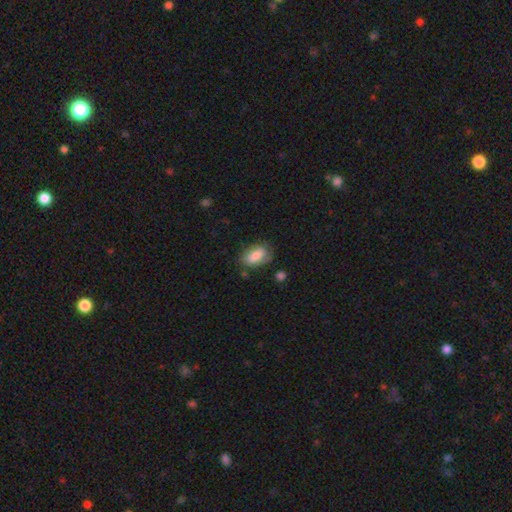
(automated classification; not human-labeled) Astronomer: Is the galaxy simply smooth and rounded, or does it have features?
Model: smooth — 76%.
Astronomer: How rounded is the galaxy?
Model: in between — 89%.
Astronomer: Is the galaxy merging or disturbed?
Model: none — 68%.